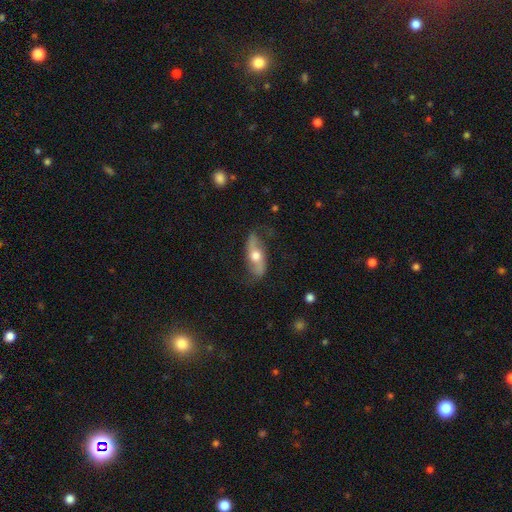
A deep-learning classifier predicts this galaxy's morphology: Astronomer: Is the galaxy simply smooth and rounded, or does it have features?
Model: featured or disk — 67%.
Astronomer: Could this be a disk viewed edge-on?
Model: no — 76%.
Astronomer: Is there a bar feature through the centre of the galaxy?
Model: no — 59%.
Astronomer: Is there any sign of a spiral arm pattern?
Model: yes — 82%.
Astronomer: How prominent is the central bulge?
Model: moderate — 73%.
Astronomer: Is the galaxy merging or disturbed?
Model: none — 73%.